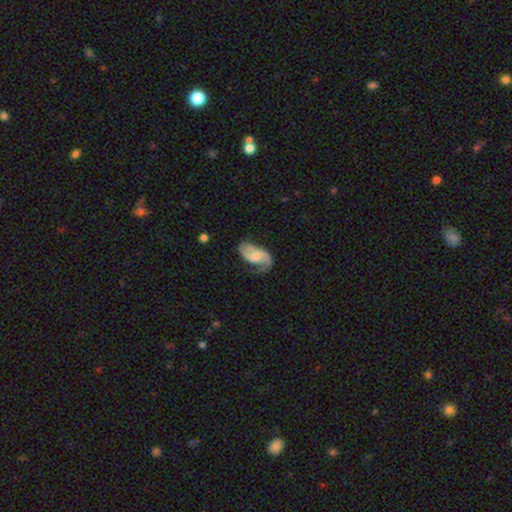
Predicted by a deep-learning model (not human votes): Smooth or featured? featured or disk (72%)
Edge-on disk? no (97%)
Bar? no (54%)
Spiral arms? yes (93%)
Spiral winding? loose (44%)
Spiral arm count? 2 (79%)
Bulge size? small (37%)
Merging? none (56%)